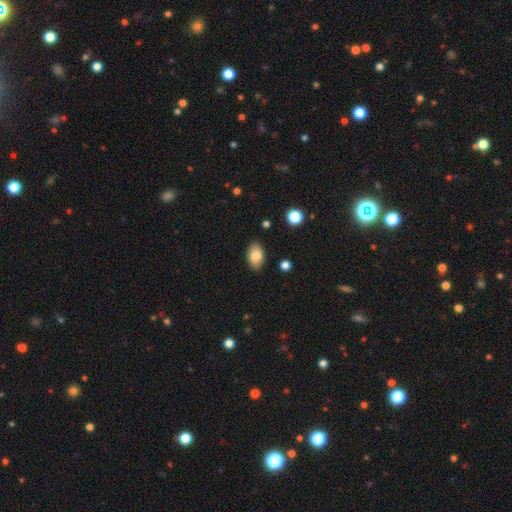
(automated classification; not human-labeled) A smooth galaxy with no disk features (82%) that is in between round and cigar-shaped (91%). Merging: none (86%).